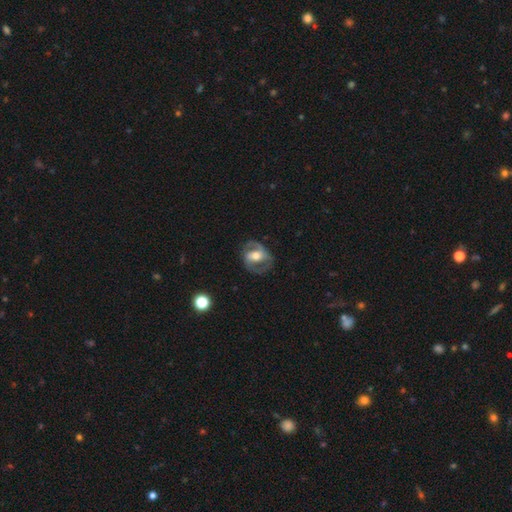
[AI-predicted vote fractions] Smooth or featured? Predicted: featured or disk (p=0.73). Edge-on disk? Predicted: no (p=0.96). Bar? Predicted: weak (p=0.37). Spiral arms? Predicted: yes (p=0.76). Spiral winding? Predicted: medium (p=0.49). Spiral arm count? Predicted: 2 (p=0.82). Bulge size? Predicted: moderate (p=0.68). Merging? Predicted: none (p=0.71).